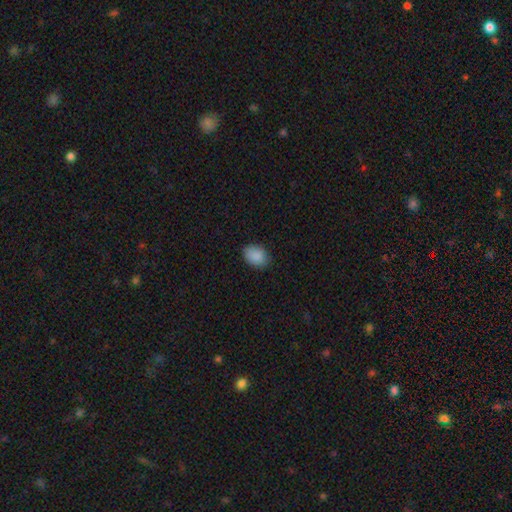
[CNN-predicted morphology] A smooth galaxy with no disk features (89%) that is in between round and cigar-shaped (74%). Merging: none (83%).